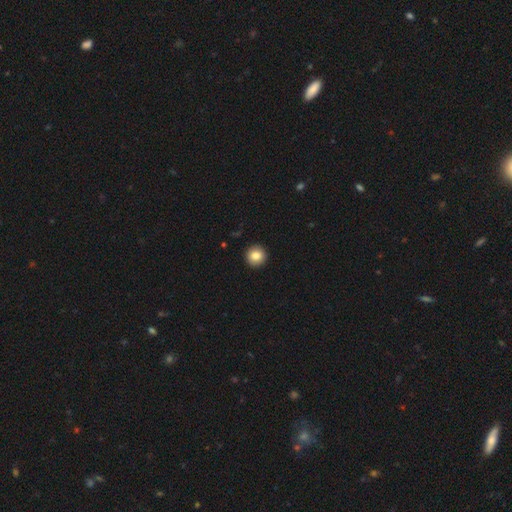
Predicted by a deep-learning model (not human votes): Smooth or featured: smooth — 85% (star or artifact — 9%)
How rounded: round — 95% (in between — 4%)
Merging: none — 94% (minor disturbance — 4%)